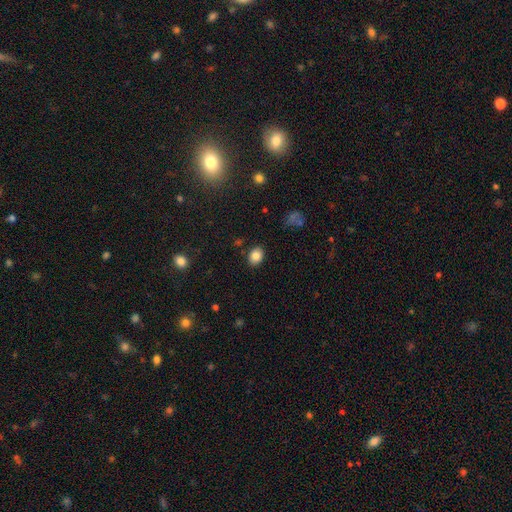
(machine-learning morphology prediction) This appears to be a smooth galaxy with no disk features (85%) that is in between round and cigar-shaped (57%). Merging: none (86%).